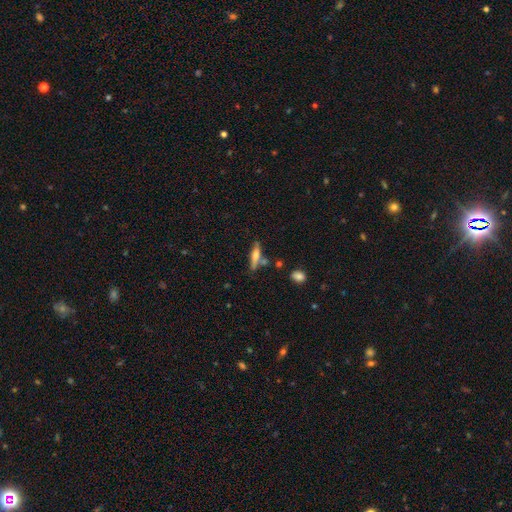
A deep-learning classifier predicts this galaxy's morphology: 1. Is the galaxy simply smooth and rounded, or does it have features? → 50% smooth, 43% featured or disk, 7% star or artifact.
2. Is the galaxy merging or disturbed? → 66% none, 16% minor disturbance, 13% merger, 5% major disturbance.